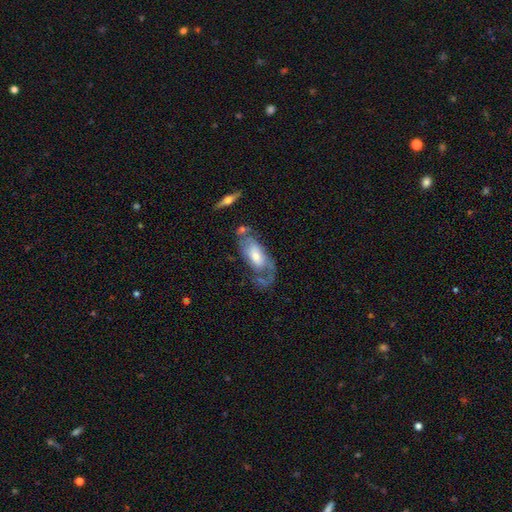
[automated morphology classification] This appears to be a featured or disk galaxy (68%) with no bar (56%), spiral arms (81%) and a moderate central bulge (51%). Merging: none (40%).